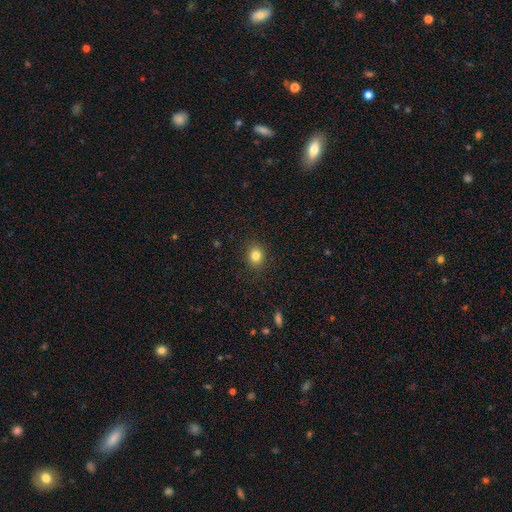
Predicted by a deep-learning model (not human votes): Morphology: type=smooth (83%); roundness=round (66%); merging=none (89%).